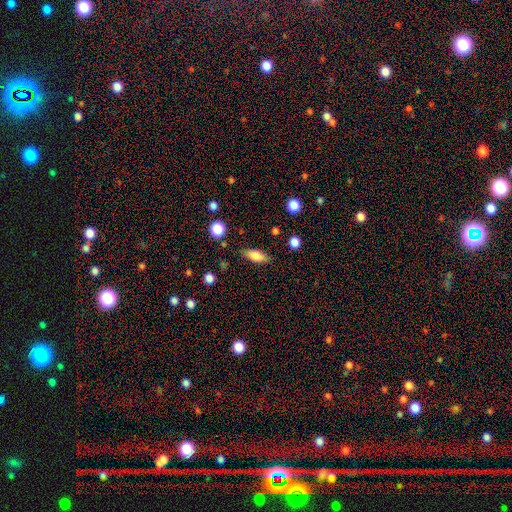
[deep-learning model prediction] A smooth galaxy with no disk features (73%) that is in between round and cigar-shaped (72%). Merging: none (82%).